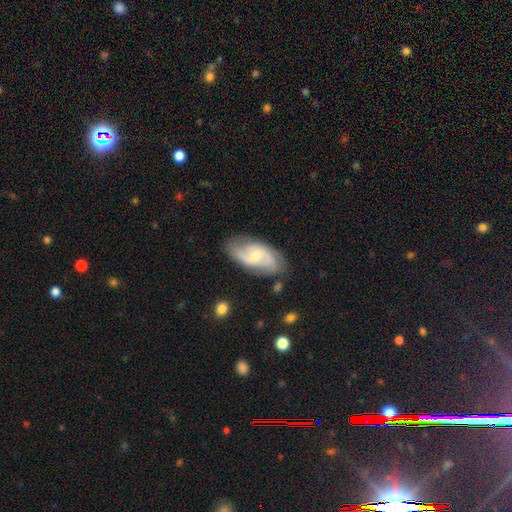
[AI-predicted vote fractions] Smooth or featured? featured or disk (76%)
Edge-on disk? no (95%)
Bar? no (50%)
Spiral arms? yes (93%)
Spiral winding? medium (49%)
Spiral arm count? 2 (72%)
Bulge size? small (50%)
Merging? none (74%)